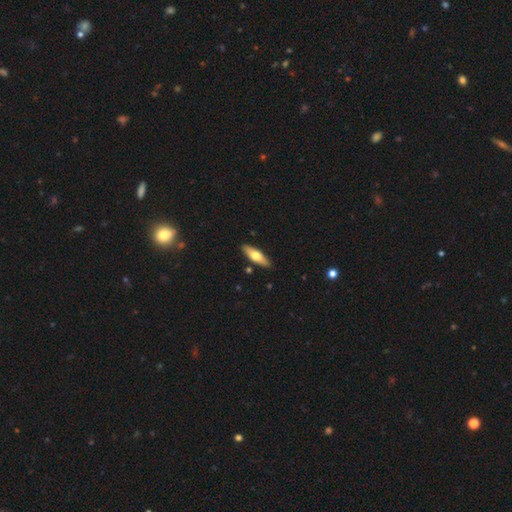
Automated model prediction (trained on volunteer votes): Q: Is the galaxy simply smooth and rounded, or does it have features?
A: smooth — 57%.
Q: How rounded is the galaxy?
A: cigar-shaped — 50%.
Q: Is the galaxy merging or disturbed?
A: none — 88%.